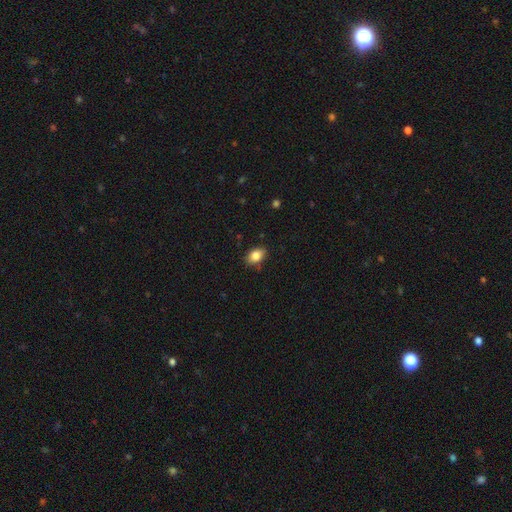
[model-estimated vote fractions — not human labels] smooth-or-featured: smooth: 85% | star or artifact: 8% | featured or disk: 6%
  how-rounded: in between: 82% | round: 17% | cigar-shaped: 1%
  merging: none: 85% | minor disturbance: 12% | major disturbance: 2% | merger: 1%